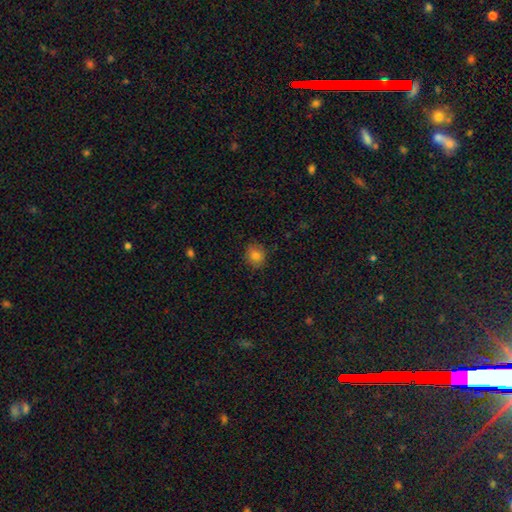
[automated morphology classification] Smooth or featured? smooth (82%)
How rounded? round (79%)
Merging? none (86%)